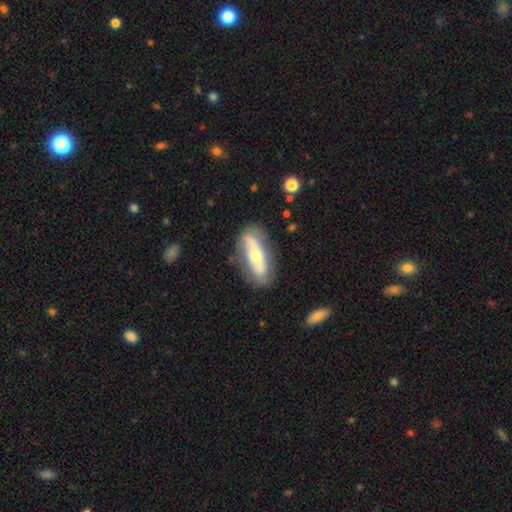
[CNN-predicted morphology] The model was most divided on "smooth or featured": featured or disk: 53%, smooth: 41%, star or artifact: 6%. More confident: merging — none (77%); edge-on disk — no (69%).